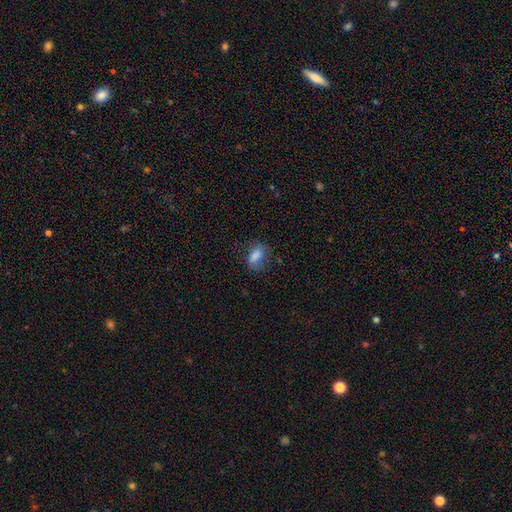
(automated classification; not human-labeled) Smooth or featured: smooth — 80% (featured or disk — 10%)
How rounded: in between — 84% (round — 12%)
Merging: none — 64% (minor disturbance — 24%)